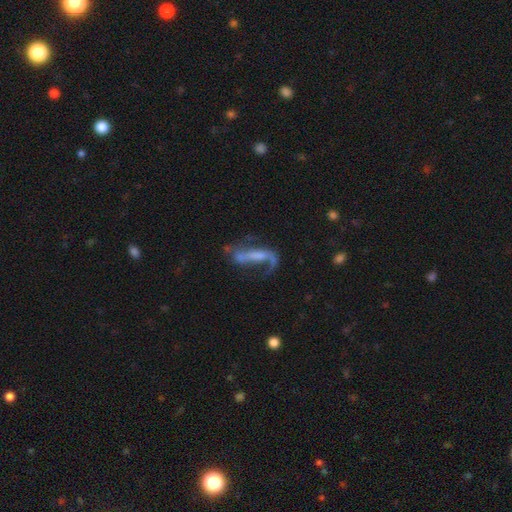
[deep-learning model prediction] featured or disk 67%, smooth 23%, star or artifact 10%. Down the decision tree: edge-on disk — no (78%); bar — strong (39%); spiral arms — yes (74%); bulge size — none (42%); merging — major disturbance (38%).